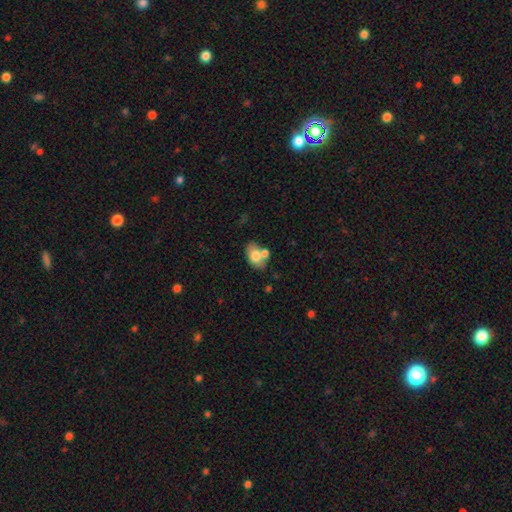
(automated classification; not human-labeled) Overall: smooth (73%). How rounded: in between (85%). Merging: none (48%; merger 32%).